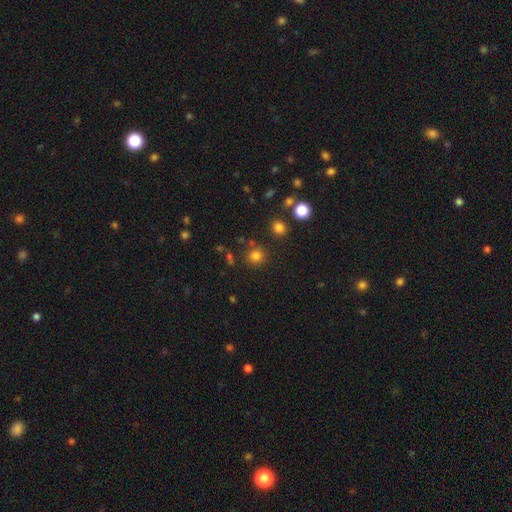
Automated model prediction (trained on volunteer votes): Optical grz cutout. It shows a smooth galaxy with no disk features (78%) that is round (91%). Merging: none (82%).